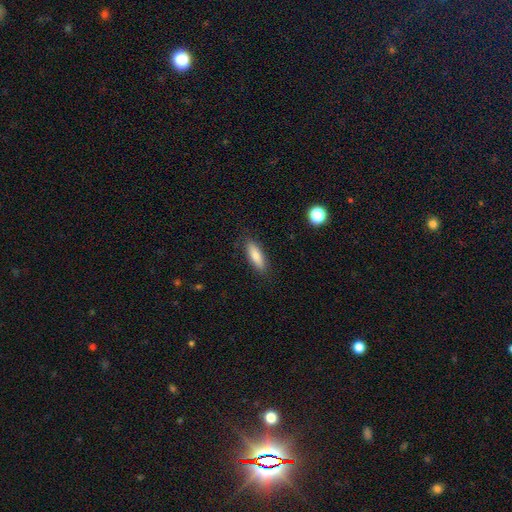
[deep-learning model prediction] Morphology: type=smooth (82%); roundness=in between (50%); merging=none (87%).